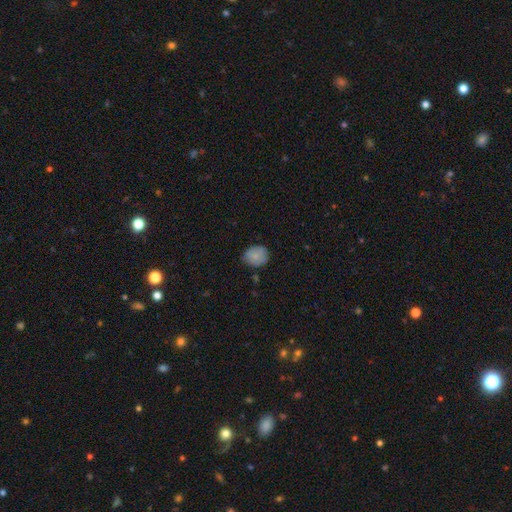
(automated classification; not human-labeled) The model was most divided on "how rounded": round: 66%, in between: 33%, cigar-shaped: 1%. More confident: smooth or featured — smooth (81%); merging — none (73%).